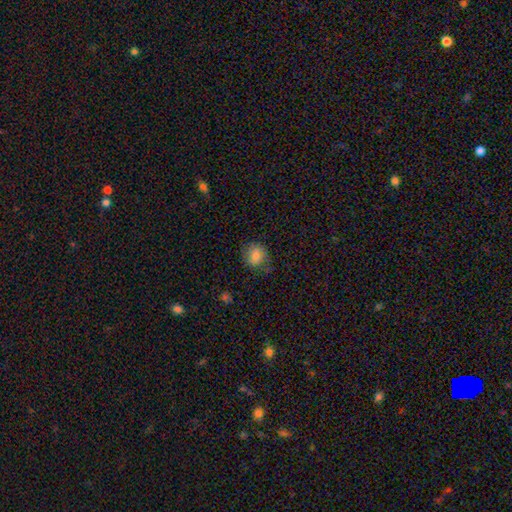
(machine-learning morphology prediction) A smooth galaxy with no disk features (74%) that is round (74%).

Vote fractions:
- Smooth or featured? smooth: 74% / featured or disk: 16% / star or artifact: 9%
- How rounded? round: 74% / in between: 25% / cigar-shaped: 1%
- Merging? none: 71% / minor disturbance: 21% / major disturbance: 7% / merger: 1%